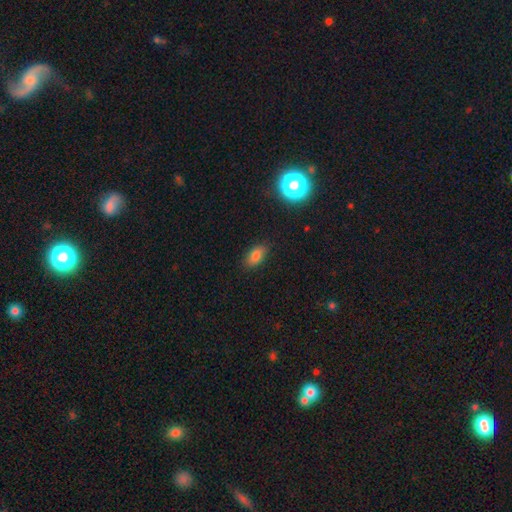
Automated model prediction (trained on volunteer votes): smooth 79%, star or artifact 13%, featured or disk 9%. Down the decision tree: how rounded — in between (89%); merging — none (84%).